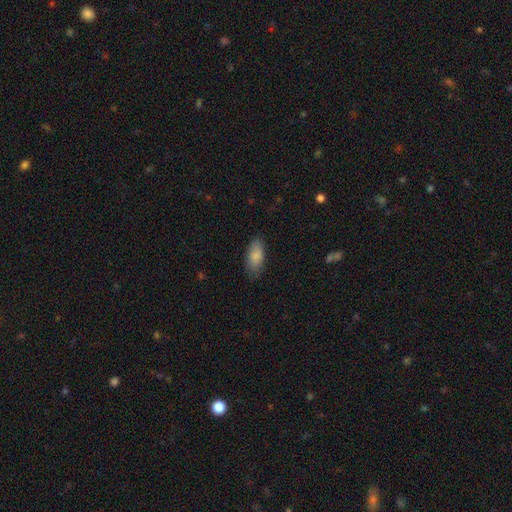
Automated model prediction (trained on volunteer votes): smooth-or-featured: smooth: 85% | featured or disk: 8% | star or artifact: 6%
  how-rounded: in between: 89% | cigar-shaped: 9% | round: 2%
  merging: none: 78% | minor disturbance: 17% | major disturbance: 4% | merger: 1%